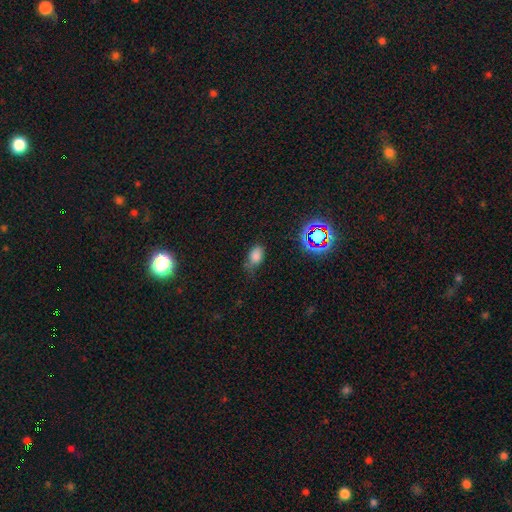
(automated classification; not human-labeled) smooth-or-featured: smooth: 75% | star or artifact: 17% | featured or disk: 7%
  how-rounded: in between: 85% | round: 13% | cigar-shaped: 2%
  merging: none: 57% | minor disturbance: 31% | major disturbance: 10% | merger: 2%